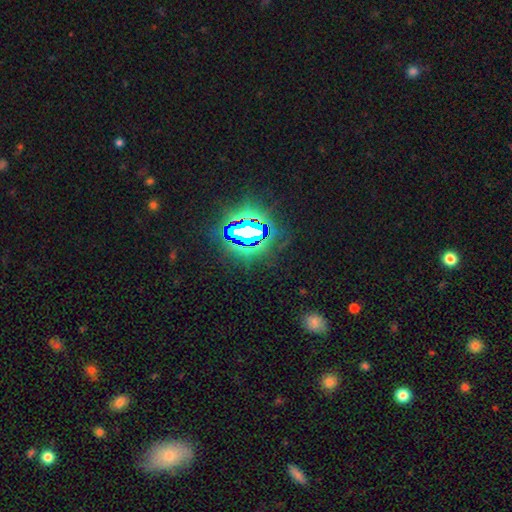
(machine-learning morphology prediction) The model was most divided on "smooth or featured": star or artifact: 81%, smooth: 12%, featured or disk: 7%.